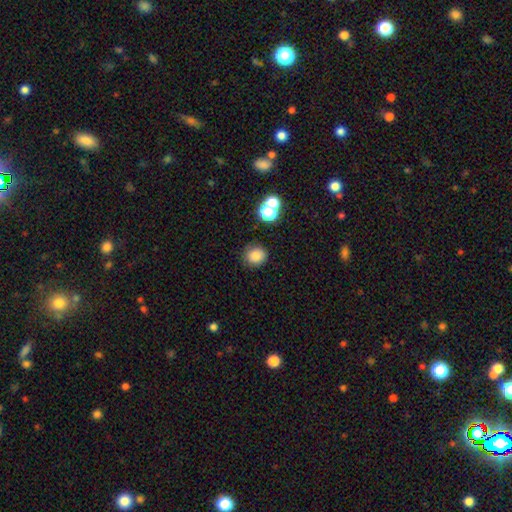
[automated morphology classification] Overall: smooth (82%). How rounded: round (80%). Merging: none (81%).